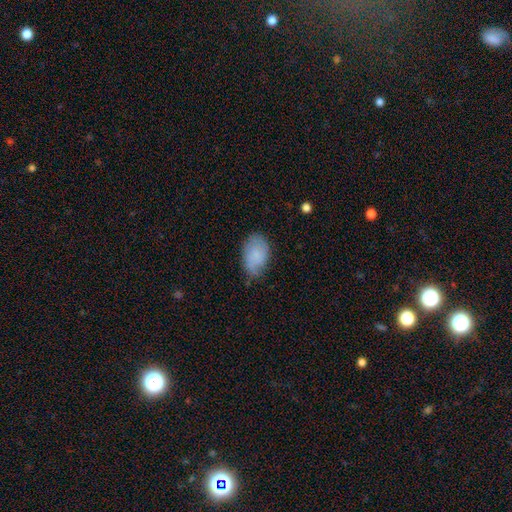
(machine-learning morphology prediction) Smooth or featured: smooth — 75% (featured or disk — 18%)
How rounded: in between — 91% (round — 8%)
Merging: none — 65% (minor disturbance — 28%)